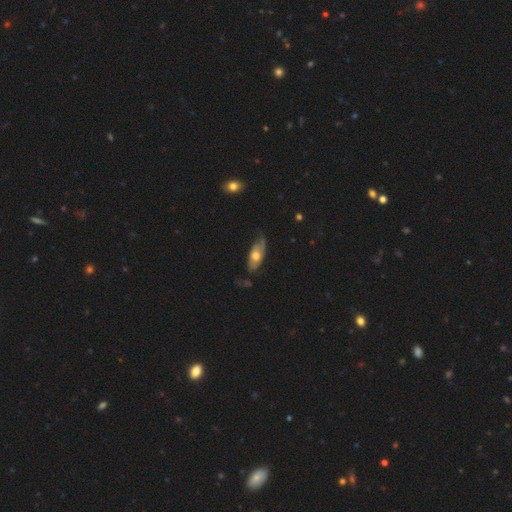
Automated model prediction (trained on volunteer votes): Smooth or featured? Predicted: featured or disk (p=0.48). Merging? Predicted: none (p=0.59).